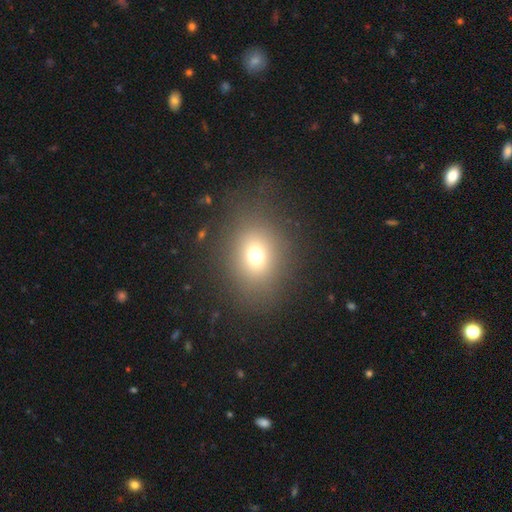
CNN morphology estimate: Smooth or featured?
  - smooth: 70% *
  - star or artifact: 18%
  - featured or disk: 12%
How rounded?
  - round: 54% *
  - in between: 45%
  - cigar-shaped: 1%
Merging?
  - none: 80% *
  - minor disturbance: 10%
  - major disturbance: 8%
  - merger: 2%